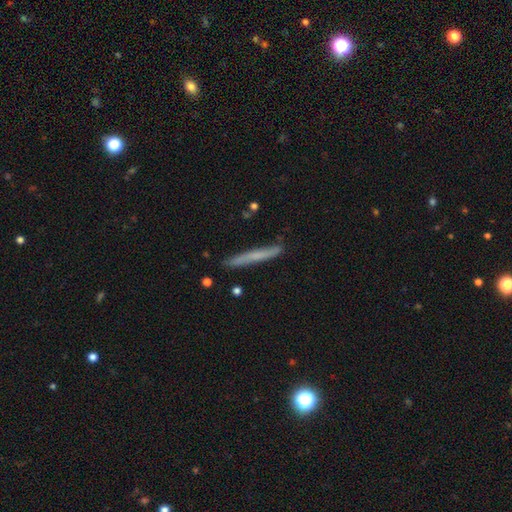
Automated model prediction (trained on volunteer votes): smooth_or_featured: smooth (p=0.53) [alt: featured or disk p=0.40]
how_rounded: cigar-shaped (p=0.96) [alt: in between p=0.02]
merging: none (p=0.84) [alt: minor disturbance p=0.12]